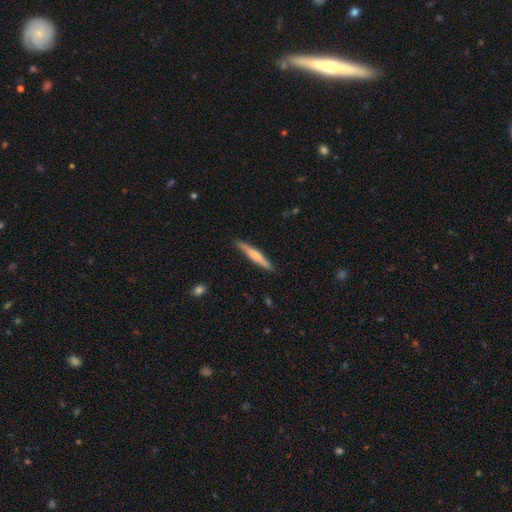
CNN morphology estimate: smooth_or_featured: smooth (p=0.53) [alt: featured or disk p=0.42]
how_rounded: cigar-shaped (p=0.94) [alt: in between p=0.05]
merging: none (p=0.87) [alt: minor disturbance p=0.10]